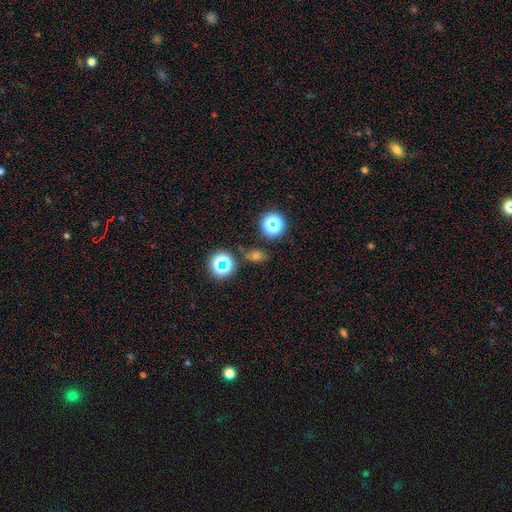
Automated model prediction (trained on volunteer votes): Smooth or featured? Predicted: star or artifact (p=0.44, tied with smooth).